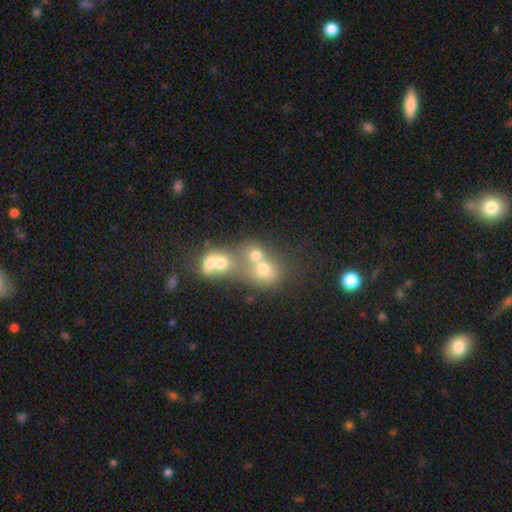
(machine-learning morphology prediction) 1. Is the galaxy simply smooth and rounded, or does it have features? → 65% smooth, 19% featured or disk, 16% star or artifact.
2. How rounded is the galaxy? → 70% round, 28% in between, 1% cigar-shaped.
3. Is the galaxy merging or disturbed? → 58% merger, 31% none, 7% minor disturbance, 5% major disturbance.